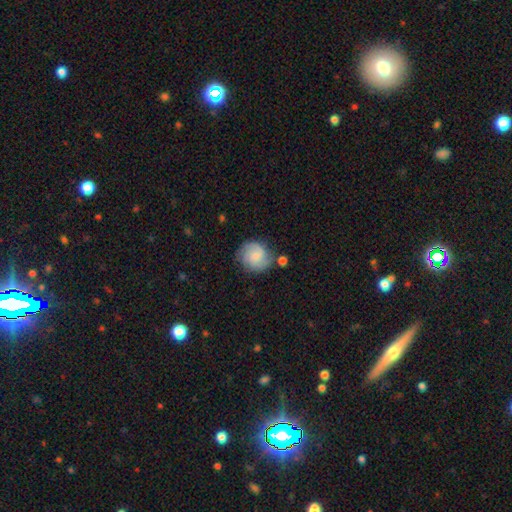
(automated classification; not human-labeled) Smooth or featured: featured or disk — 59% (smooth — 33%)
Edge-on disk: no — 98% (yes — 2%)
Bar: no — 61% (weak — 35%)
Spiral arms: yes — 93% (no — 7%)
Spiral winding: tight — 44% (medium — 42%)
Spiral arm count: 2 — 45% (3 — 23%)
Bulge size: small — 59% (moderate — 23%)
Merging: none — 71% (minor disturbance — 17%)